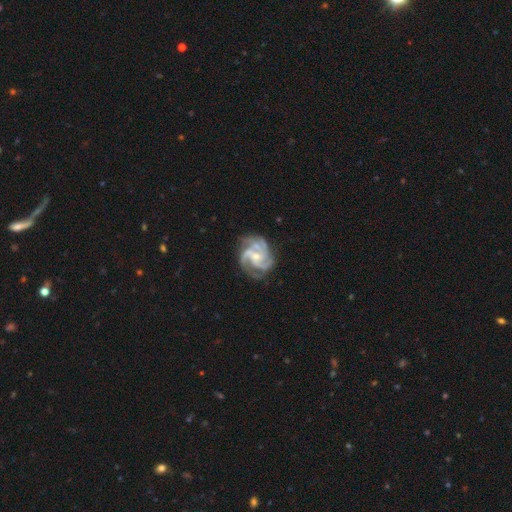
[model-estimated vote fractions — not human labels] Smooth or featured: featured or disk — 91% (star or artifact — 5%)
Edge-on disk: no — 98% (yes — 2%)
Bar: no — 62% (weak — 30%)
Spiral arms: yes — 98% (no — 2%)
Spiral winding: tight — 46% (tied with medium — 46%)
Spiral arm count: 3 — 45% (4 — 31%)
Bulge size: small — 62% (moderate — 33%)
Merging: none — 70% (minor disturbance — 19%)